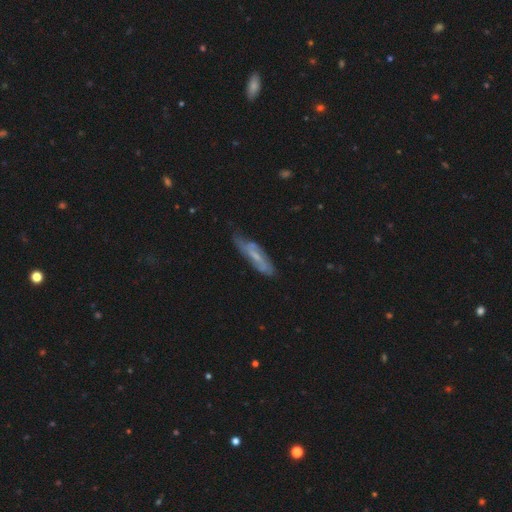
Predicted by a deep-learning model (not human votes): smooth-or-featured: featured or disk: 64% | smooth: 29% | star or artifact: 7%
  disk-edge-on: no: 70% | yes: 30%
  merging: none: 59% | minor disturbance: 28% | major disturbance: 10% | merger: 3%